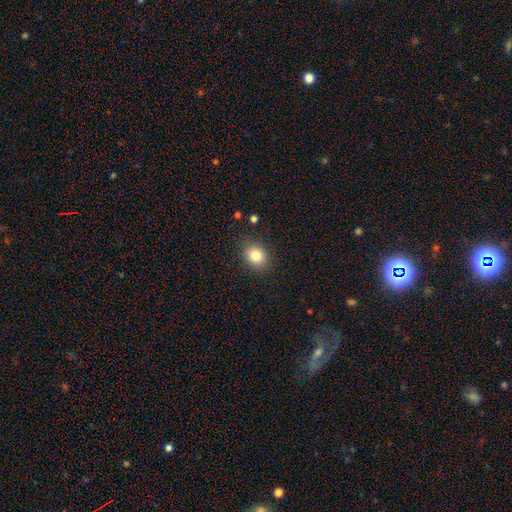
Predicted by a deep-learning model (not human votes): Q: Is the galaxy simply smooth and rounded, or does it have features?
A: smooth — 83%.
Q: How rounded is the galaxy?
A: round — 53%.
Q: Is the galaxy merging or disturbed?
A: none — 86%.